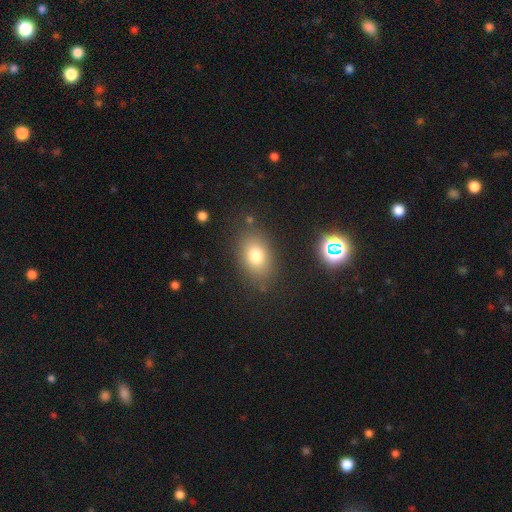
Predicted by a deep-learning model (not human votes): smooth-or-featured: smooth: 76% | star or artifact: 13% | featured or disk: 11%
  how-rounded: in between: 76% | round: 23% | cigar-shaped: 1%
  merging: none: 82% | minor disturbance: 11% | major disturbance: 4% | merger: 2%